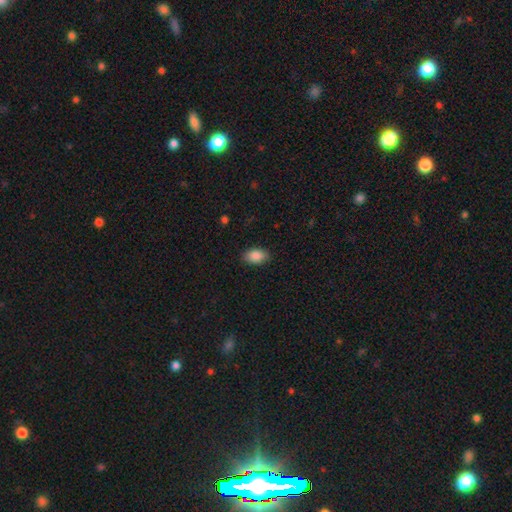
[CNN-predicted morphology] Q: Smooth or featured?
A: smooth (88%); runner-up: star or artifact (7%)
Q: How rounded?
A: in between (90%); runner-up: round (8%)
Q: Merging?
A: none (87%); runner-up: minor disturbance (9%)